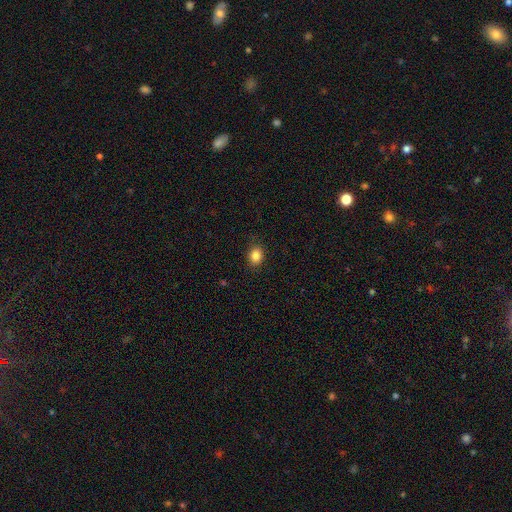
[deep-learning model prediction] Smooth or featured: smooth — 85% (star or artifact — 10%)
How rounded: in between — 54% (round — 45%)
Merging: none — 86% (minor disturbance — 10%)